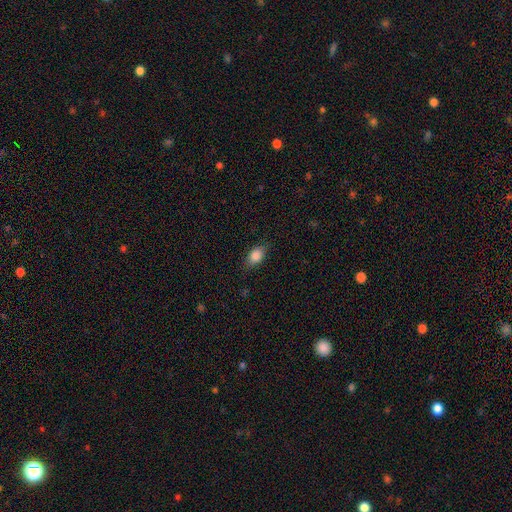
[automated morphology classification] Smooth or featured: smooth — 83% (featured or disk — 9%)
How rounded: in between — 84% (round — 12%)
Merging: none — 81% (minor disturbance — 15%)